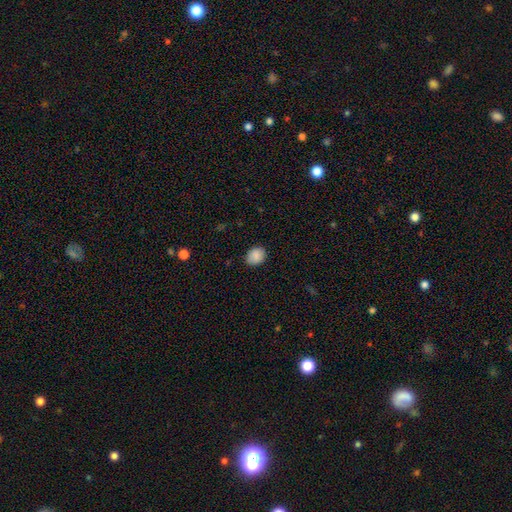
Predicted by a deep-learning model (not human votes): Smooth or featured?
  - smooth: 88% *
  - star or artifact: 8%
  - featured or disk: 5%
How rounded?
  - in between: 51% *
  - round: 48%
  - cigar-shaped: 1%
Merging?
  - none: 85% *
  - minor disturbance: 11%
  - major disturbance: 2%
  - merger: 1%